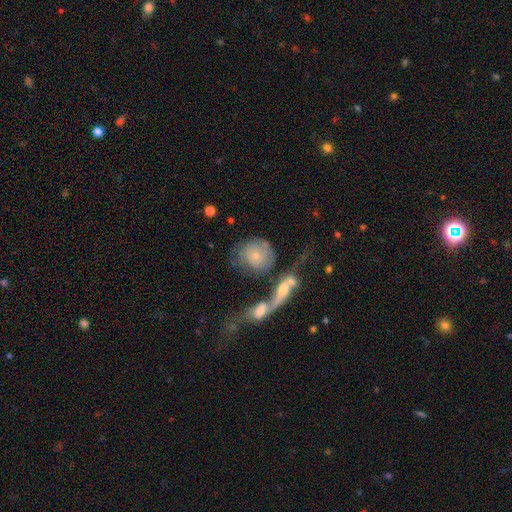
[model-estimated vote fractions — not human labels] Morphology: type=smooth (48%); merging=none (33%, tied with merger).